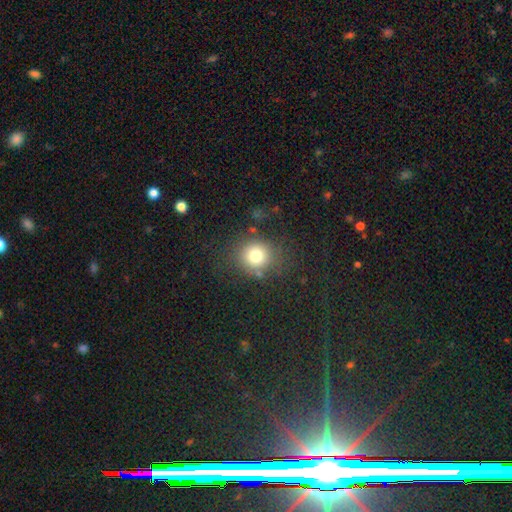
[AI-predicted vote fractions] smooth 76%, star or artifact 14%, featured or disk 9%. Down the decision tree: how rounded — round (86%); merging — none (79%).